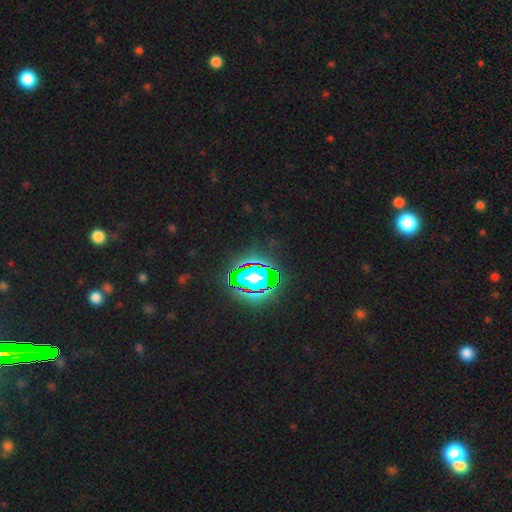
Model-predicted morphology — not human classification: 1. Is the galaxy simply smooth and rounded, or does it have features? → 83% star or artifact, 10% smooth, 7% featured or disk.